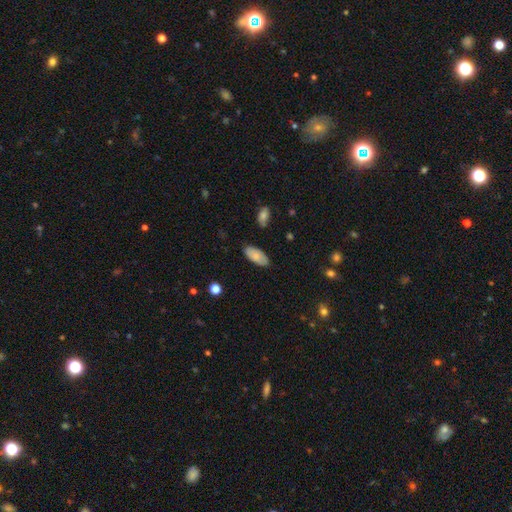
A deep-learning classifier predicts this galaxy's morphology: A smooth galaxy with no disk features (80%) that is in between round and cigar-shaped (91%).

Vote fractions:
- Smooth or featured? smooth: 80% / featured or disk: 13% / star or artifact: 6%
- How rounded? in between: 91% / cigar-shaped: 7% / round: 2%
- Merging? none: 83% / minor disturbance: 13% / major disturbance: 2% / merger: 1%